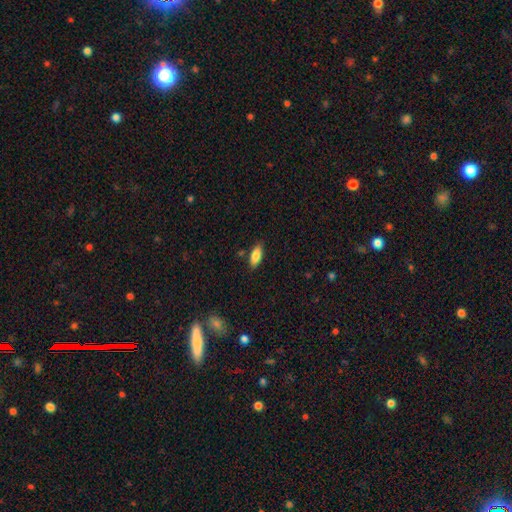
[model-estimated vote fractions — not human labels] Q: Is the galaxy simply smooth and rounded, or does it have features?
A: smooth — 83%.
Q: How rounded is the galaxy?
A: in between — 81%.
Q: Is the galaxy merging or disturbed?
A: none — 84%.